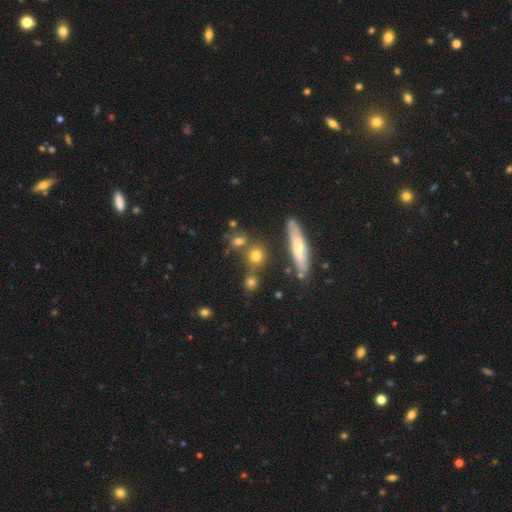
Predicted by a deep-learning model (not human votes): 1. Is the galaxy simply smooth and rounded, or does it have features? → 69% smooth, 17% featured or disk, 13% star or artifact.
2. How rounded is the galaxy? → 64% round, 19% in between, 16% cigar-shaped.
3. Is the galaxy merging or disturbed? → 68% none, 15% merger, 12% minor disturbance, 5% major disturbance.